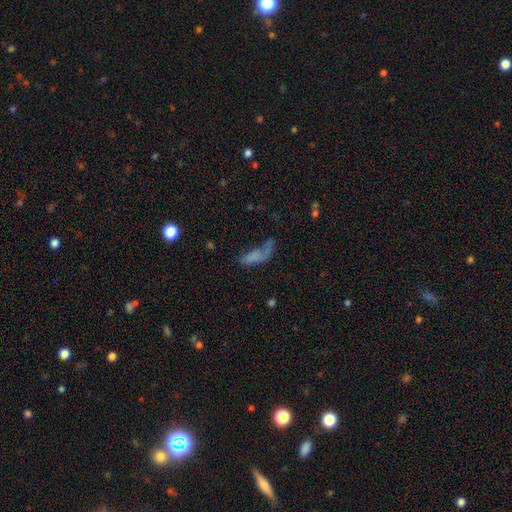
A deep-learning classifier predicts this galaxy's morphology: The model was most divided on "merging": major disturbance: 35%, none: 30%, minor disturbance: 20%, merger: 16%. More confident: how rounded — in between (69%); smooth or featured — smooth (59%).